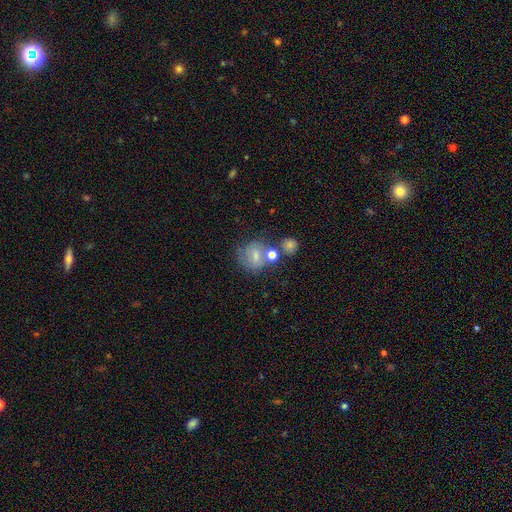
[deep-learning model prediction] smooth_or_featured: smooth (p=0.57) [alt: featured or disk p=0.30]
how_rounded: round (p=0.72) [alt: in between p=0.27]
merging: none (p=0.45) [alt: merger p=0.25]